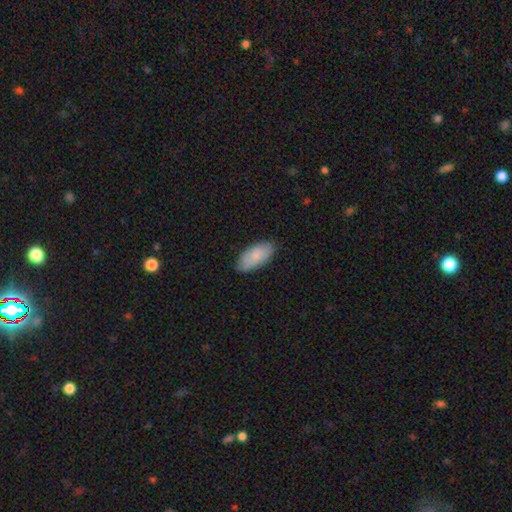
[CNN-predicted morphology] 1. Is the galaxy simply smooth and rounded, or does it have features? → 82% smooth, 12% featured or disk, 6% star or artifact.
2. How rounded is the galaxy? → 92% in between, 6% cigar-shaped, 2% round.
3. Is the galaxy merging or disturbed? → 81% none, 16% minor disturbance, 2% major disturbance, 1% merger.